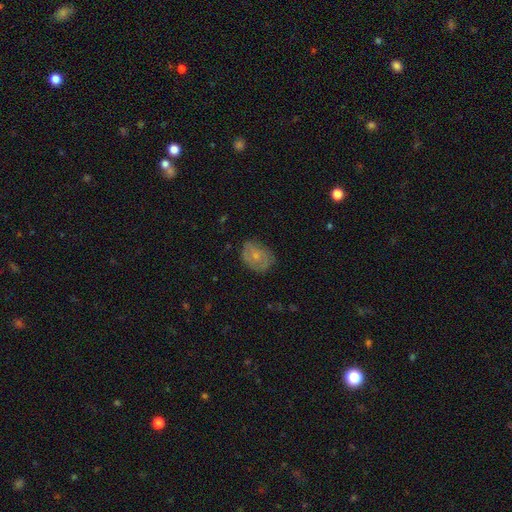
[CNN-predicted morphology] This appears to be a smooth galaxy with no disk features (51%) that is in between round and cigar-shaped (61%). Merging: none (70%).